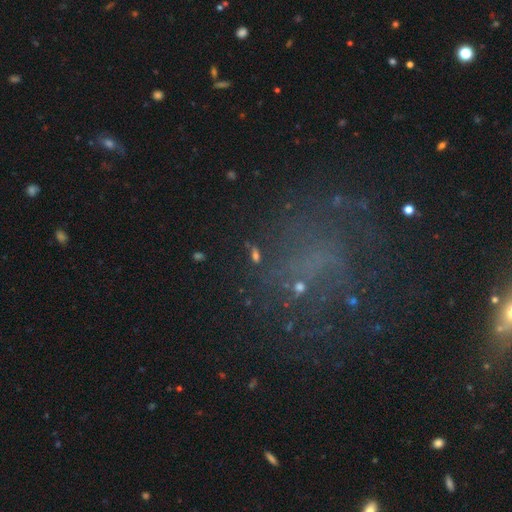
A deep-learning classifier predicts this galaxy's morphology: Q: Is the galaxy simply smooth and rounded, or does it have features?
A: star or artifact — 43%.